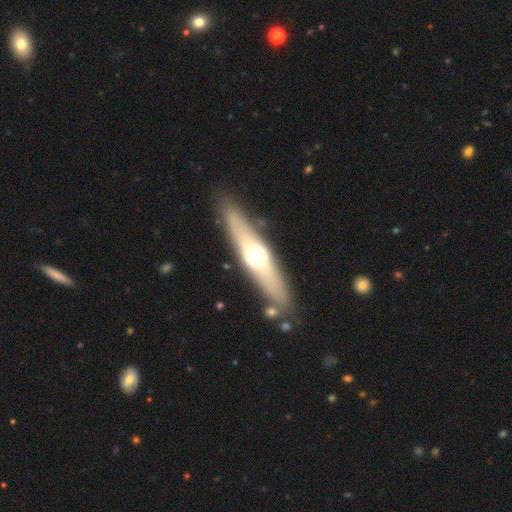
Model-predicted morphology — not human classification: Q: Smooth or featured?
A: featured or disk (53%); runner-up: smooth (41%)
Q: Edge-on disk?
A: yes (84%); runner-up: no (16%)
Q: Merging?
A: none (85%); runner-up: minor disturbance (9%)